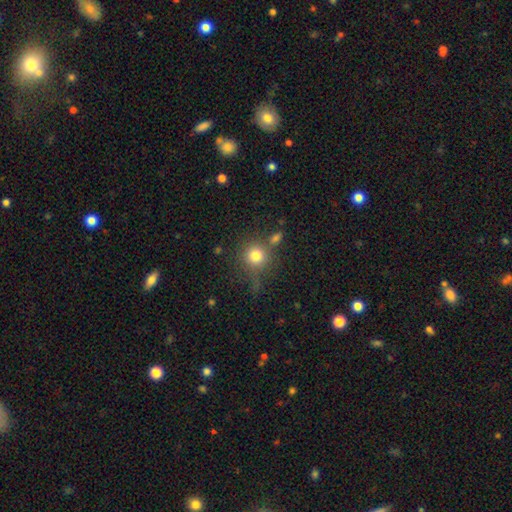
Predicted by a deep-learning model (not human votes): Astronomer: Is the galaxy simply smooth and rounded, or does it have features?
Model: smooth — 78%.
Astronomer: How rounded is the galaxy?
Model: round — 92%.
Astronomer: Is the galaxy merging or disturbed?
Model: none — 64%.